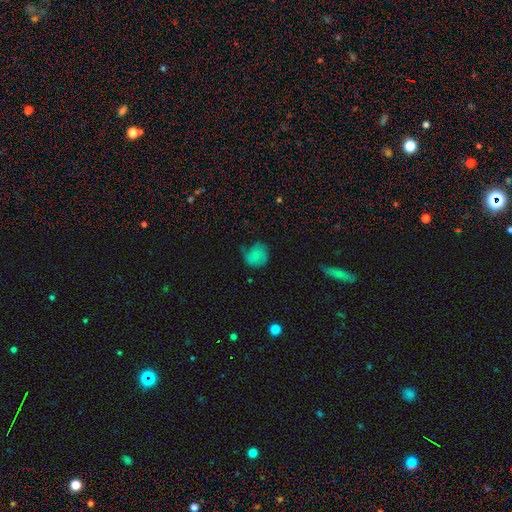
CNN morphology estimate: smooth 75%, featured or disk 13%, star or artifact 12%. Down the decision tree: how rounded — round (75%); merging — none (50%).